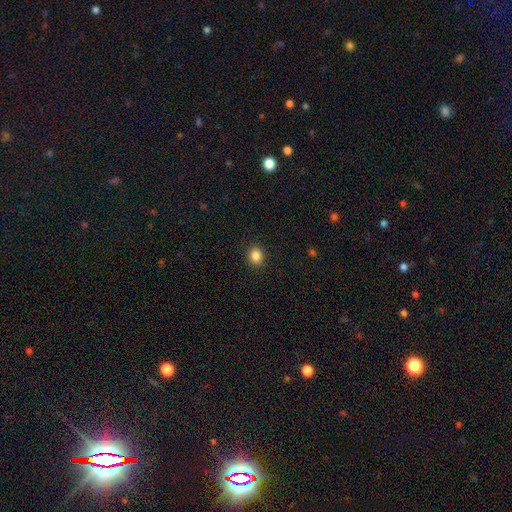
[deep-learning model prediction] This is clearly a smooth galaxy (85%). How rounded: likely round (64%). Merging: clearly none (89%).